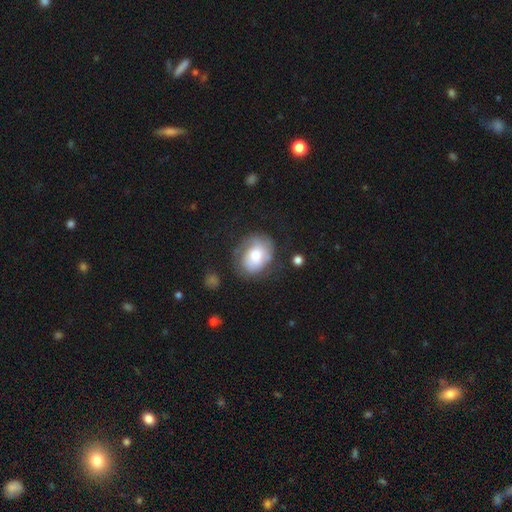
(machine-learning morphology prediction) The model was most divided on "smooth or featured": smooth: 47%, featured or disk: 45%, star or artifact: 8%. More confident: merging — none (60%).